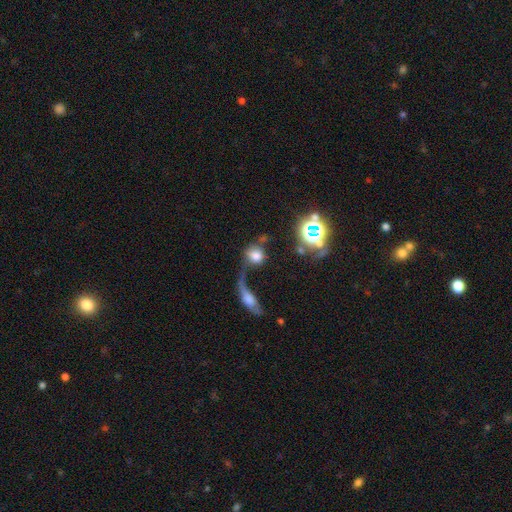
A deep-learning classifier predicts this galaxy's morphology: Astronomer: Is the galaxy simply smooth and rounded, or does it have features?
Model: smooth — 68%.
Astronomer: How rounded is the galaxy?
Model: round — 77%.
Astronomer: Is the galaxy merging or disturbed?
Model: merger — 36% (runner-up: none, 31%).